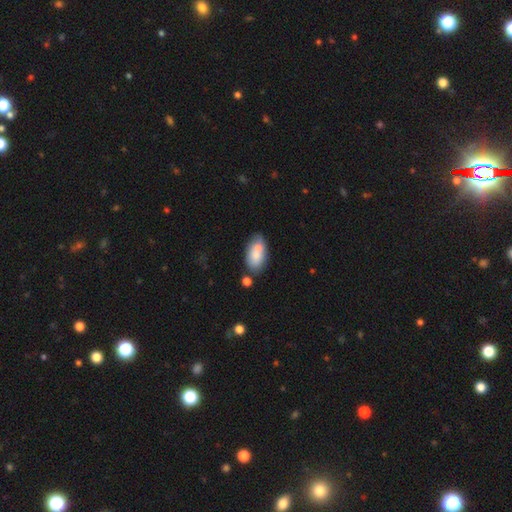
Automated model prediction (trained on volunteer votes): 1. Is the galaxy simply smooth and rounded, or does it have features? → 75% smooth, 18% featured or disk, 7% star or artifact.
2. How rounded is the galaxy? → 92% in between, 5% round, 3% cigar-shaped.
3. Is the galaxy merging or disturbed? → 51% none, 26% merger, 18% minor disturbance, 5% major disturbance.